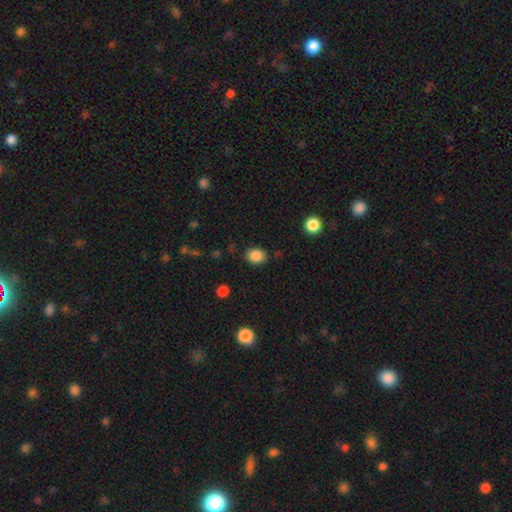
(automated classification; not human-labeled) Morphology: type=smooth (86%); roundness=round (55%); merging=none (85%).